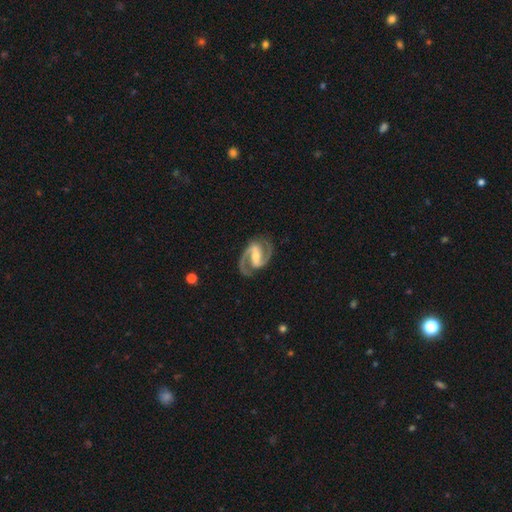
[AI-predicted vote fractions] This appears to be a featured or disk galaxy (94%) with a strong bar (56%), 2 (95%) medium (64%) spiral arms (98%) and a moderate central bulge (51%). Merging: none (85%).